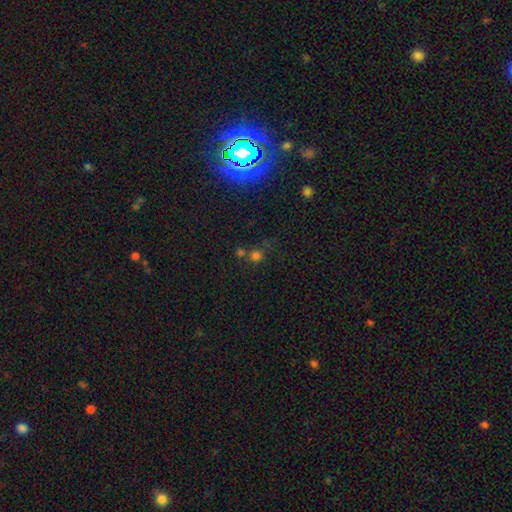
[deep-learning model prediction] smooth_or_featured: smooth (p=0.64) [alt: star or artifact p=0.28]
how_rounded: round (p=0.90) [alt: in between p=0.09]
merging: none (p=0.62) [alt: merger p=0.25]